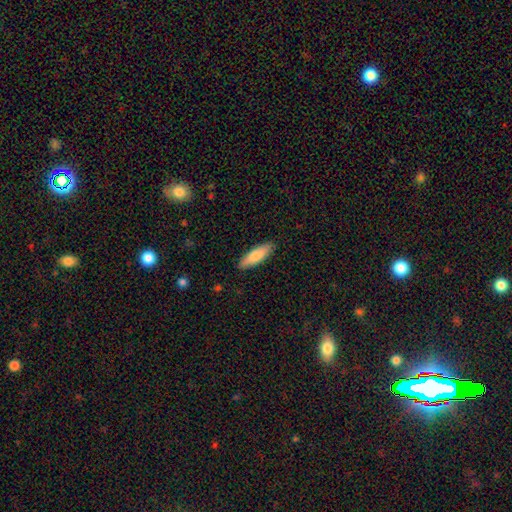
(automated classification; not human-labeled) Q: Smooth or featured?
A: smooth (79%); runner-up: featured or disk (15%)
Q: How rounded?
A: cigar-shaped (54%); runner-up: in between (44%)
Q: Merging?
A: none (89%); runner-up: minor disturbance (8%)